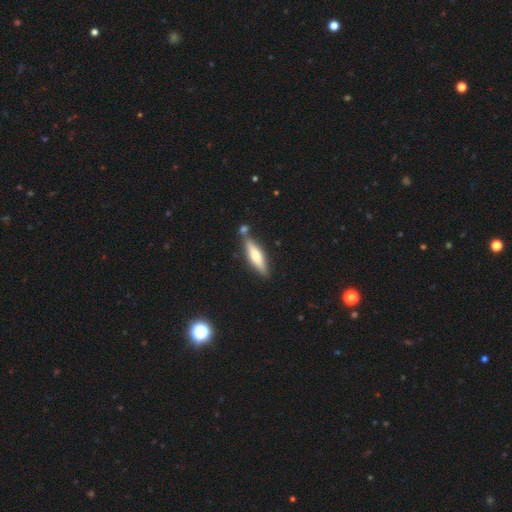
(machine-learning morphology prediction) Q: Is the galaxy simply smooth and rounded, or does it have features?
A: smooth — 49%.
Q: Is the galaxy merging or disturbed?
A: none — 75%.